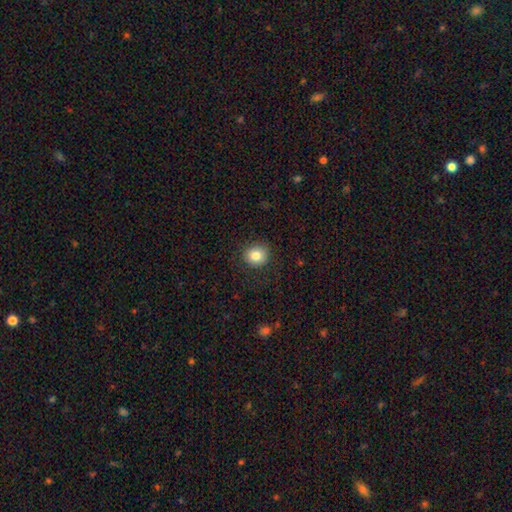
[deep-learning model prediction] Smooth or featured: smooth — 83% (star or artifact — 10%)
How rounded: round — 84% (in between — 15%)
Merging: none — 89% (minor disturbance — 8%)